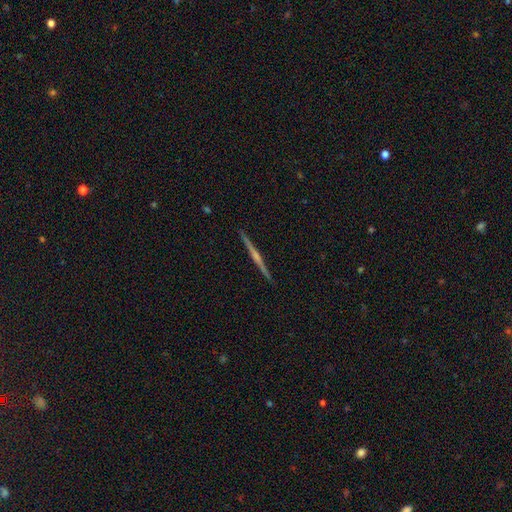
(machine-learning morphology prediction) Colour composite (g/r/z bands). It shows a featured or disk galaxy (67%) viewed edge-on (95%) with a rounded central bulge (60%). Merging: none (89%).